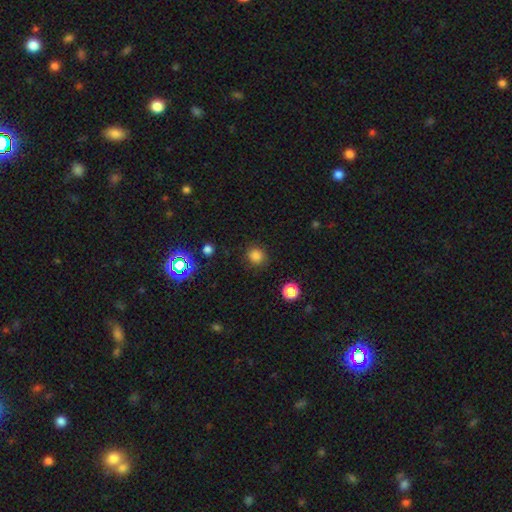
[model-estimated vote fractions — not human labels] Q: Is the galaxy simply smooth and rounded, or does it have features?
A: smooth — 81%.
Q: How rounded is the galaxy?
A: round — 87%.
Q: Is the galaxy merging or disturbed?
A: none — 87%.